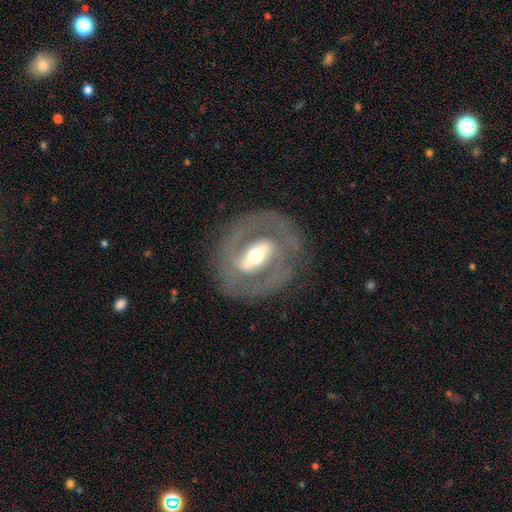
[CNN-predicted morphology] Overall: featured or disk (83%). Edge-on disk: no (93%). Bar: strong (63%; weak 25%). Spiral arms: yes (76%). Spiral arm count: 2 (83%). Spiral winding: tight (45%; medium 42%). Bulge size: moderate (62%). Merging: none (79%).